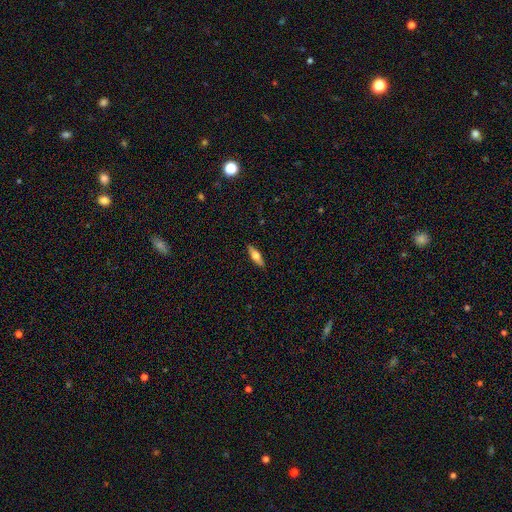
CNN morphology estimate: Smooth or featured? smooth (55%)
How rounded? in between (53%)
Merging? none (88%)